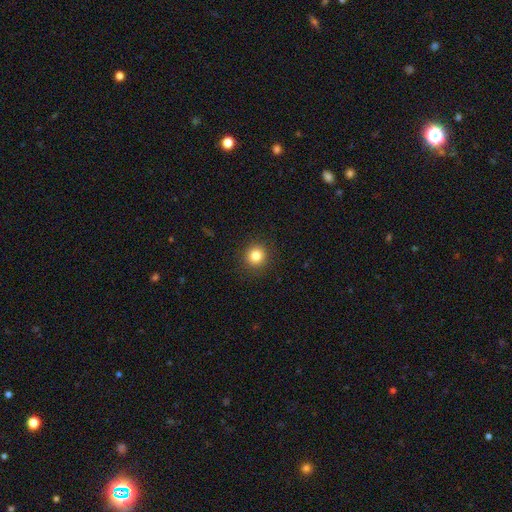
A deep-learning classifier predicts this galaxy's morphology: A smooth galaxy with no disk features (83%) that is round (94%). Merging: none (92%).